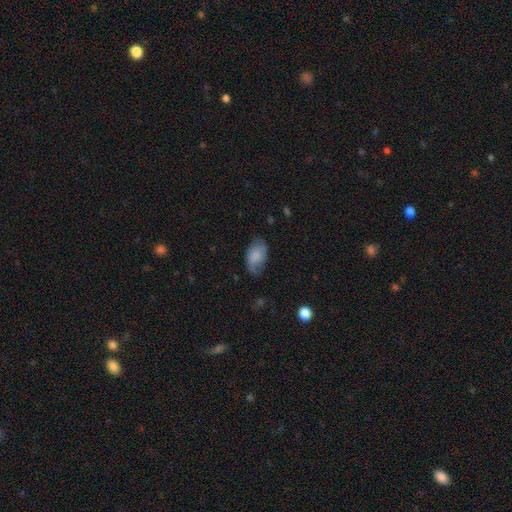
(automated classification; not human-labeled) Overall: smooth (72%). How rounded: in between (92%). Merging: none (63%; minor disturbance 27%).